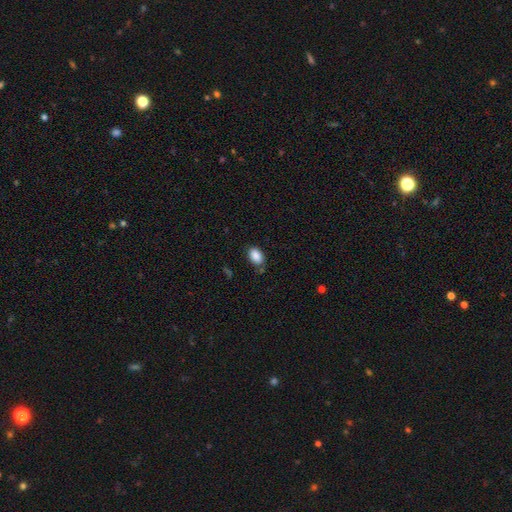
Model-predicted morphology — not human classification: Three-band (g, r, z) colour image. It shows a smooth galaxy with no disk features (88%) that is in between round and cigar-shaped (89%). Merging: none (79%).